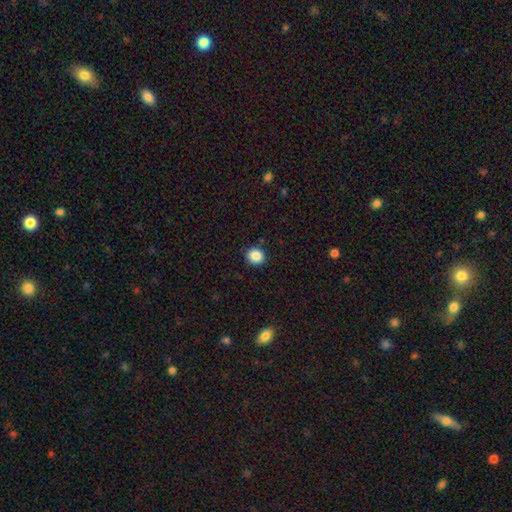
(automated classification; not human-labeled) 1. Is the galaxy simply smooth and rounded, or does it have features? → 87% smooth, 10% star or artifact, 4% featured or disk.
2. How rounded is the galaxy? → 80% round, 19% in between, 1% cigar-shaped.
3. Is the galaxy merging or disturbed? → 89% none, 8% minor disturbance, 2% major disturbance, 1% merger.